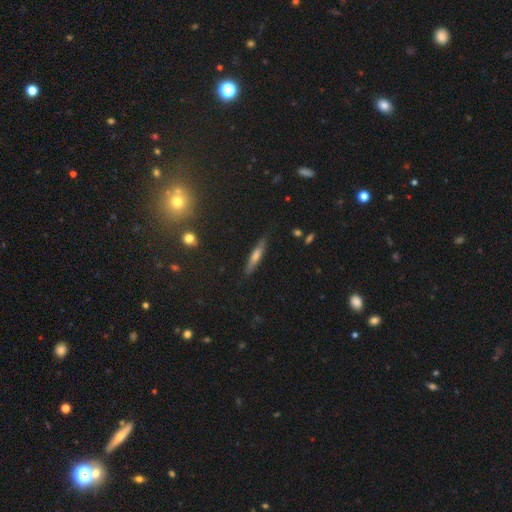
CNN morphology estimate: A smooth galaxy with no disk features (47%). Merging: none (83%).